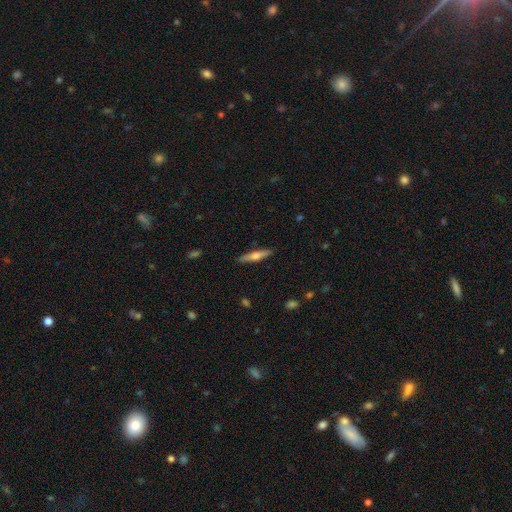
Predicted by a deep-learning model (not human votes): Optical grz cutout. It shows a featured or disk galaxy (49%). Merging: none (90%).